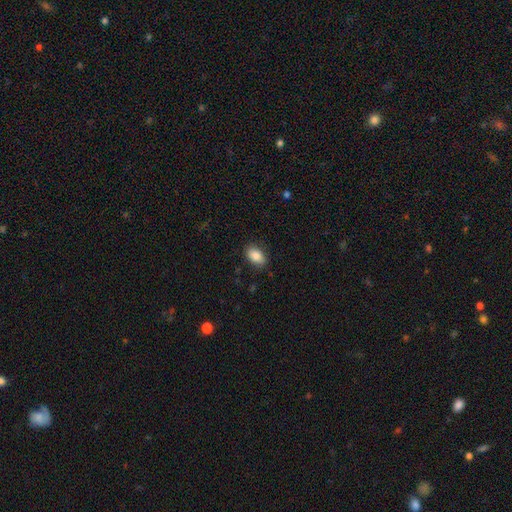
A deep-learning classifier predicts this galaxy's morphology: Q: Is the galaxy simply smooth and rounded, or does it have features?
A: smooth — 86%.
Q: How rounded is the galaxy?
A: in between — 89%.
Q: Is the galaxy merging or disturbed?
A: none — 86%.